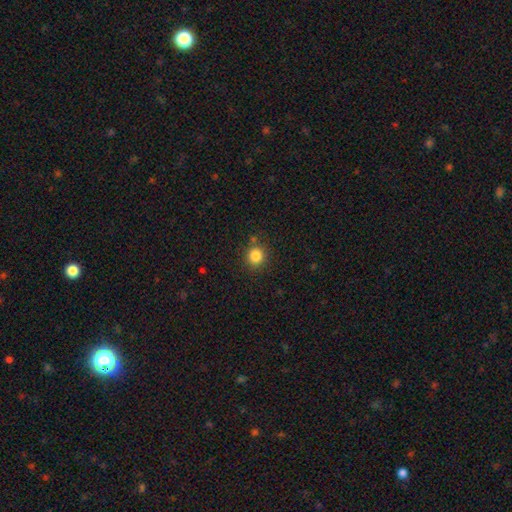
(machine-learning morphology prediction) A smooth galaxy with no disk features (84%) that is round (90%).

Vote fractions:
- Smooth or featured? smooth: 84% / star or artifact: 12% / featured or disk: 4%
- How rounded? round: 90% / in between: 10% / cigar-shaped: 1%
- Merging? none: 83% / minor disturbance: 9% / merger: 5% / major disturbance: 3%